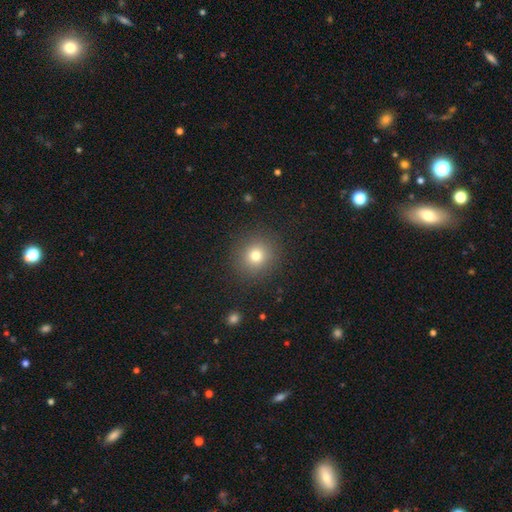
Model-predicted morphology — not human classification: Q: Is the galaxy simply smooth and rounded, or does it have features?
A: smooth — 76%.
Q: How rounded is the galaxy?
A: round — 89%.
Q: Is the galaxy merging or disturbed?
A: none — 89%.